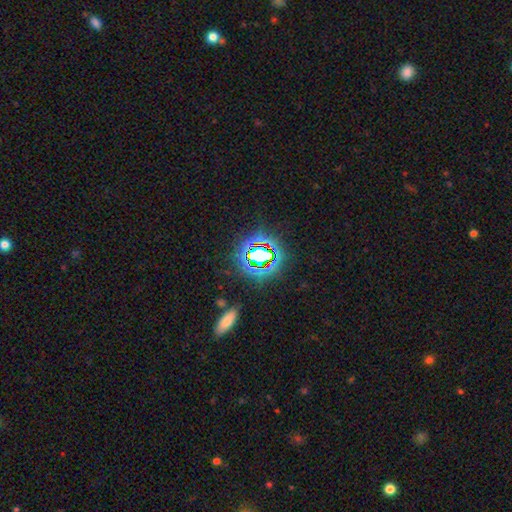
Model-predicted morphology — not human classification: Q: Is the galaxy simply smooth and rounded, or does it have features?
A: star or artifact — 76%.